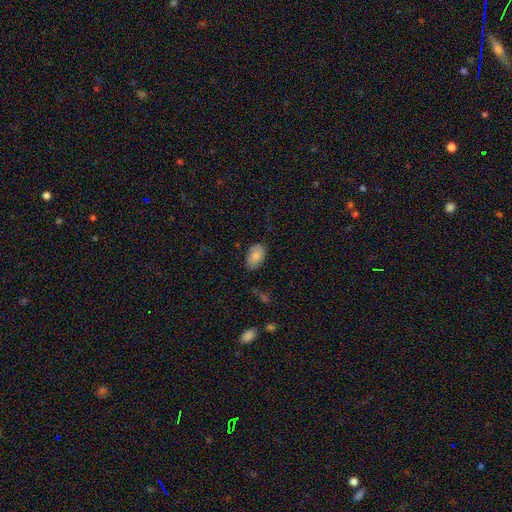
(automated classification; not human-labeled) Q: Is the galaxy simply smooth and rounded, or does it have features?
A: smooth — 84%.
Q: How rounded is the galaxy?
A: in between — 93%.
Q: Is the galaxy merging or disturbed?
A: none — 79%.